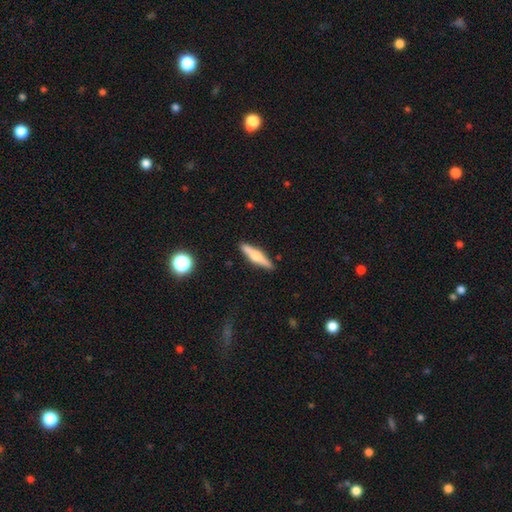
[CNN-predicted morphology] smooth_or_featured: featured or disk (p=0.59) [alt: smooth p=0.35]
disk_edge_on: yes (p=0.96) [alt: no p=0.04]
edge_on_bulge: rounded (p=0.91) [alt: boxy p=0.06]
merging: none (p=0.90) [alt: minor disturbance p=0.07]